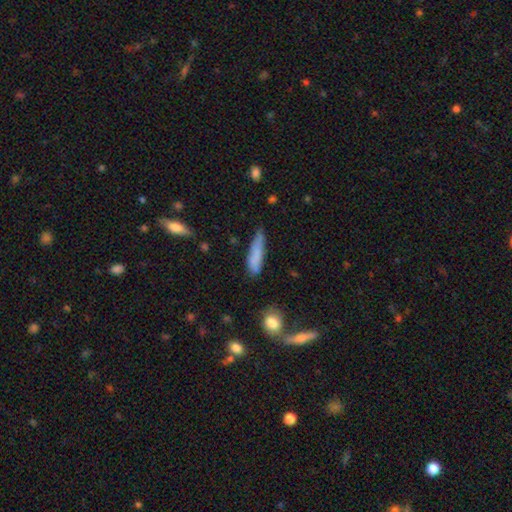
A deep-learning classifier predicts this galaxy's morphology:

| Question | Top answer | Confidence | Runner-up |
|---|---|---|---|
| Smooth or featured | smooth | 77% | featured or disk (16%) |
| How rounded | cigar-shaped | 79% | in between (20%) |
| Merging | none | 59% | minor disturbance (29%) |